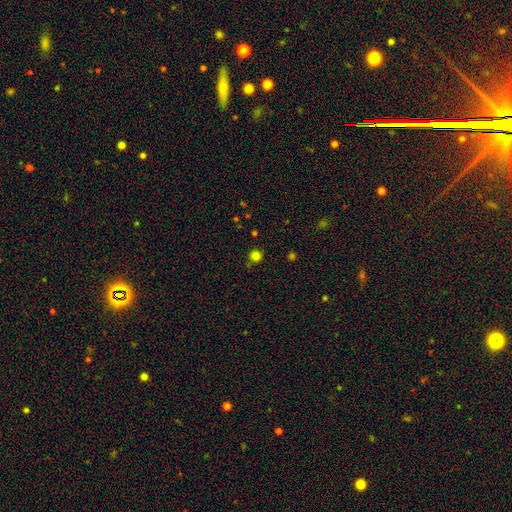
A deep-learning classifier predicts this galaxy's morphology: Smooth or featured: smooth — 80% (star or artifact — 16%)
How rounded: round — 94% (in between — 5%)
Merging: none — 85% (minor disturbance — 10%)